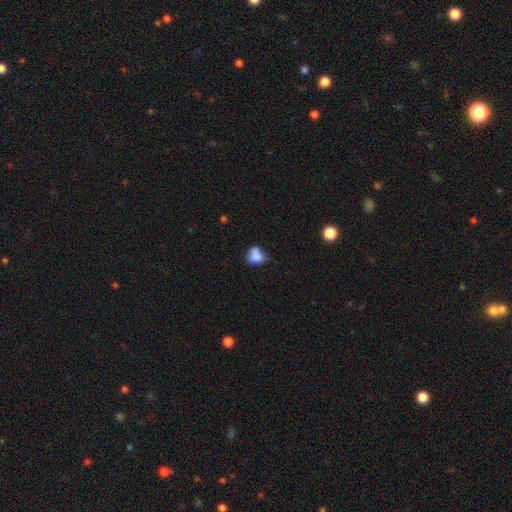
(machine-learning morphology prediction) Smooth or featured? Predicted: smooth (p=0.77). How rounded? Predicted: in between (p=0.55). Merging? Predicted: none (p=0.41).